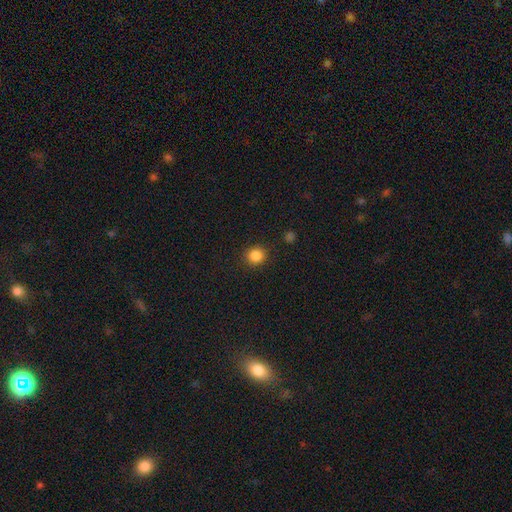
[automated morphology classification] Q: Smooth or featured?
A: smooth (85%); runner-up: star or artifact (11%)
Q: How rounded?
A: round (88%); runner-up: in between (11%)
Q: Merging?
A: none (90%); runner-up: minor disturbance (6%)